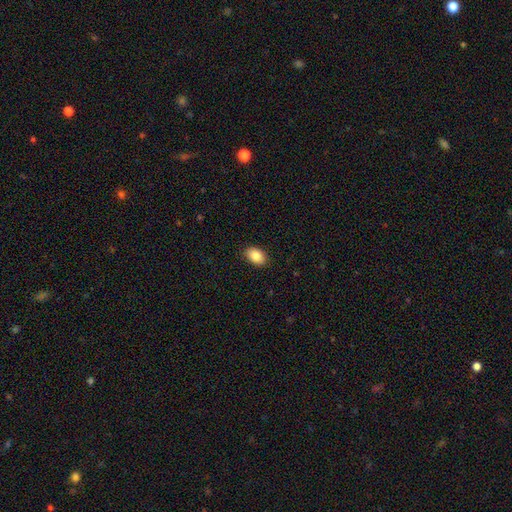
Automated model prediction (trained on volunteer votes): Smooth or featured? Predicted: smooth (p=0.87). How rounded? Predicted: in between (p=0.88). Merging? Predicted: none (p=0.89).